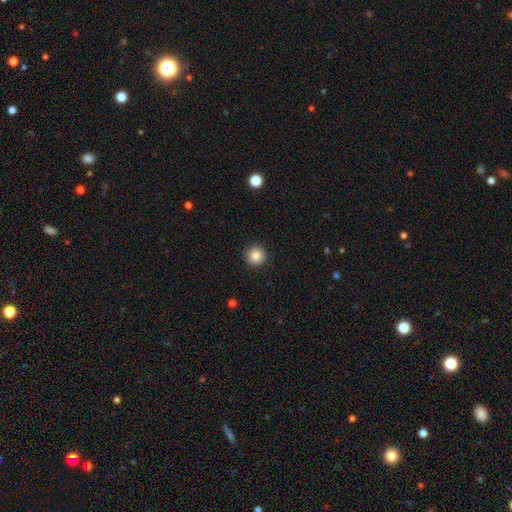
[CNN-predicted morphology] Smooth or featured? Predicted: smooth (p=0.85). How rounded? Predicted: round (p=0.95). Merging? Predicted: none (p=0.93).